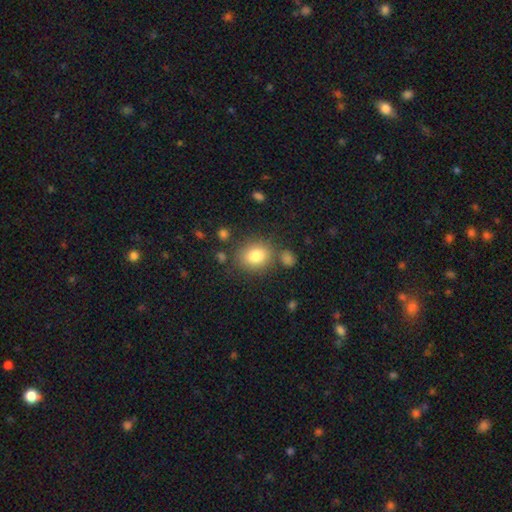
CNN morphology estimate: Smooth or featured? Predicted: smooth (p=0.81). How rounded? Predicted: round (p=0.58). Merging? Predicted: none (p=0.76).